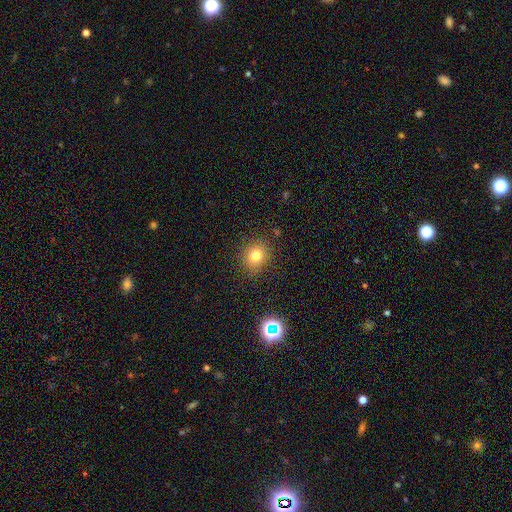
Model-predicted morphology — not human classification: Smooth or featured? smooth (77%)
How rounded? round (70%)
Merging? none (85%)